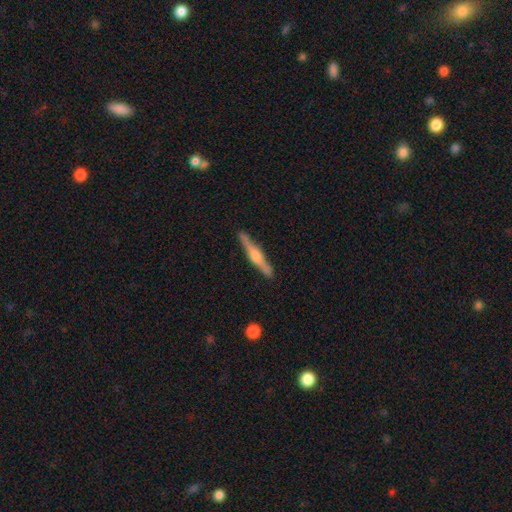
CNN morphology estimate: Smooth or featured?
  - featured or disk: 72% *
  - smooth: 22%
  - star or artifact: 5%
Edge-on disk?
  - yes: 98% *
  - no: 2%
Edge-on bulge?
  - rounded: 86% *
  - boxy: 9%
  - none: 5%
Merging?
  - none: 90% *
  - minor disturbance: 8%
  - major disturbance: 2%
  - merger: 1%